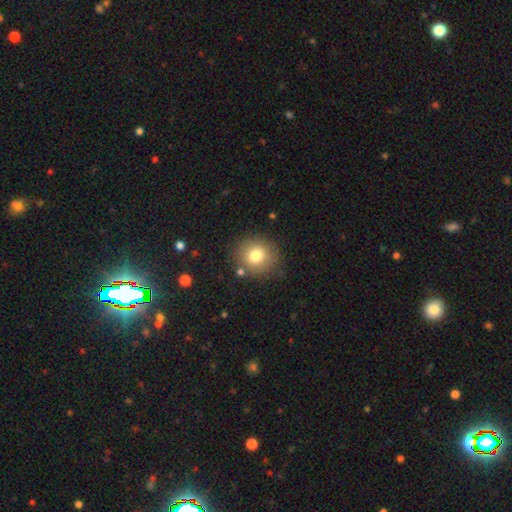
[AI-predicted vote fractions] smooth_or_featured: smooth (p=0.77) [alt: star or artifact p=0.12]
how_rounded: round (p=0.89) [alt: in between p=0.10]
merging: none (p=0.84) [alt: minor disturbance p=0.09]